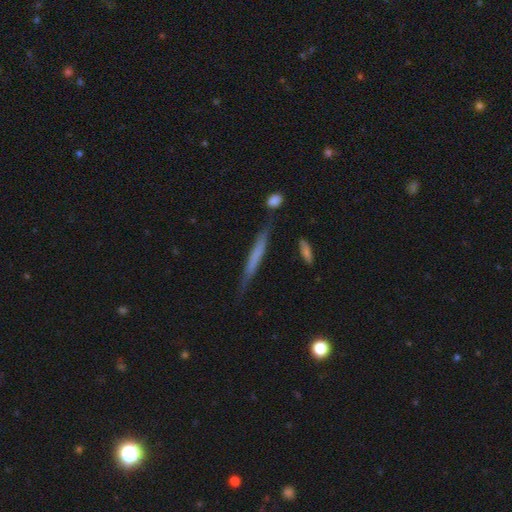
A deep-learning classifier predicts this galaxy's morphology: A smooth galaxy with no disk features (52%) that is cigar-shaped (95%). Merging: none (77%).